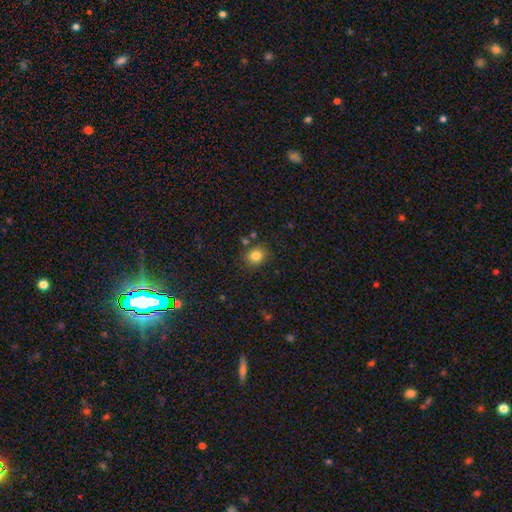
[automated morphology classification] Smooth or featured?
  - smooth: 82% *
  - star or artifact: 12%
  - featured or disk: 7%
How rounded?
  - round: 72% *
  - in between: 27%
  - cigar-shaped: 1%
Merging?
  - none: 81% *
  - minor disturbance: 11%
  - merger: 5%
  - major disturbance: 3%